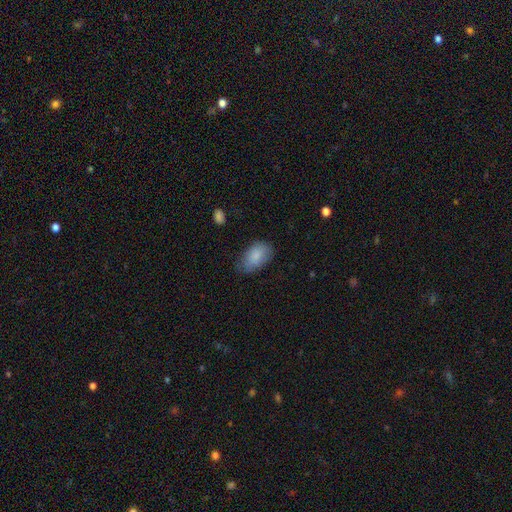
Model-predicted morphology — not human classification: type=smooth (85%); roundness=in between (92%); merging=none (67%).